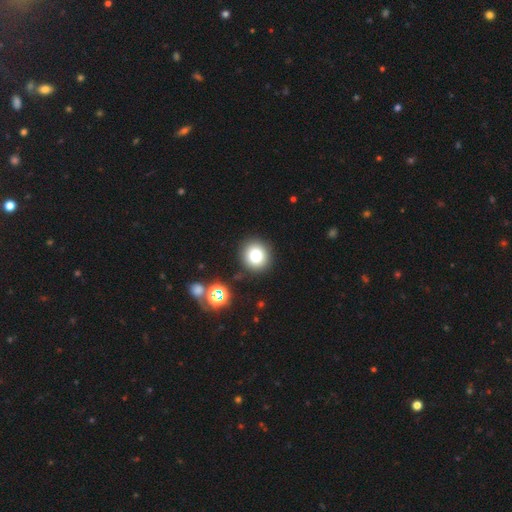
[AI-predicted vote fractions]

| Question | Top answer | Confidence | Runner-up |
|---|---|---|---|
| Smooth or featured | smooth | 80% | star or artifact (13%) |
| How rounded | round | 88% | in between (11%) |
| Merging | none | 88% | minor disturbance (7%) |